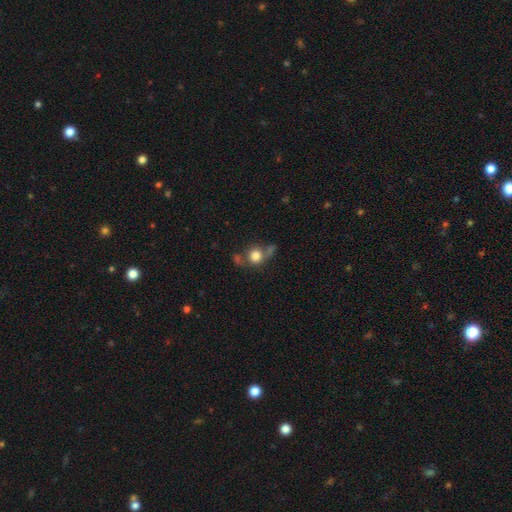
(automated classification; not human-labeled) A smooth galaxy with no disk features (78%) that is round (87%).

Vote fractions:
- Smooth or featured? smooth: 78% / star or artifact: 11% / featured or disk: 11%
- How rounded? round: 87% / in between: 12% / cigar-shaped: 1%
- Merging? none: 53% / merger: 25% / minor disturbance: 14% / major disturbance: 8%